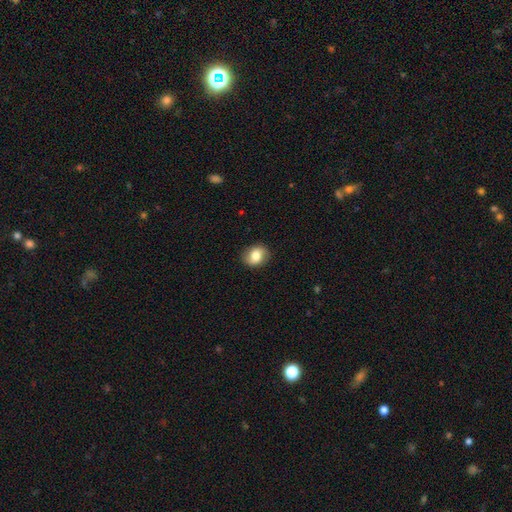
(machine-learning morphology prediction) Smooth or featured? Predicted: smooth (p=0.77). How rounded? Predicted: round (p=0.57). Merging? Predicted: none (p=0.86).